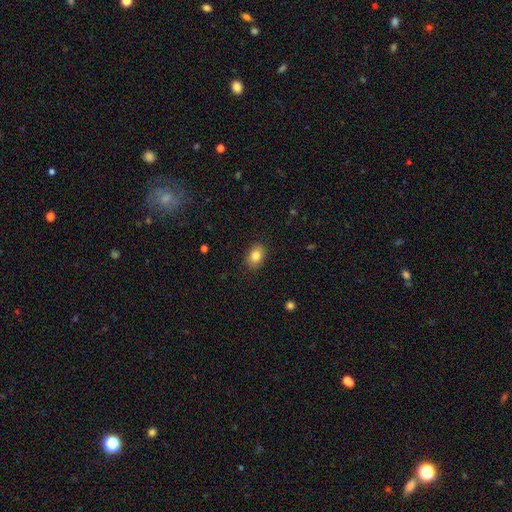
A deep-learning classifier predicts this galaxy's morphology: A smooth galaxy with no disk features (84%) that is in between round and cigar-shaped (78%).

Vote fractions:
- Smooth or featured? smooth: 84% / star or artifact: 9% / featured or disk: 7%
- How rounded? in between: 78% / round: 21% / cigar-shaped: 1%
- Merging? none: 88% / minor disturbance: 9% / major disturbance: 2% / merger: 1%